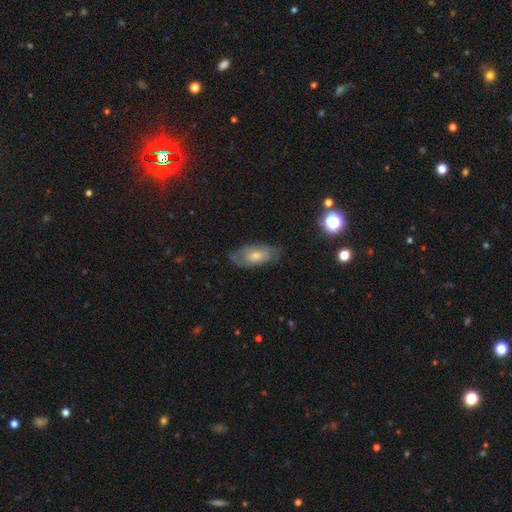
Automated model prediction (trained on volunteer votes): This appears to be a featured or disk galaxy (47%). Merging: none (71%).